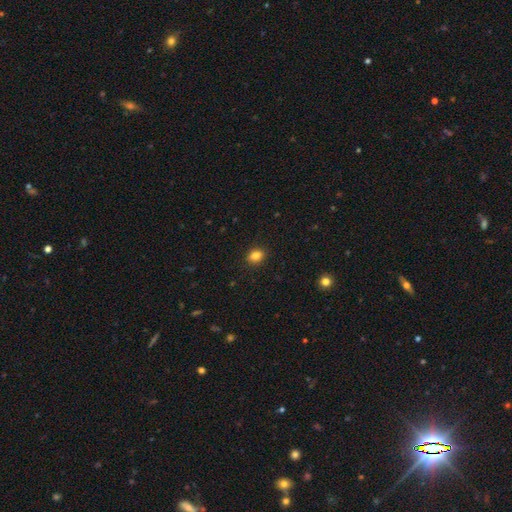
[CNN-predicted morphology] Overall: smooth (83%). How rounded: in between (57%; round 42%). Merging: none (89%).